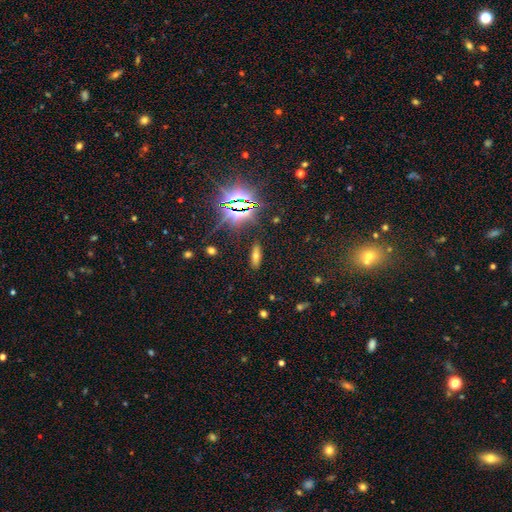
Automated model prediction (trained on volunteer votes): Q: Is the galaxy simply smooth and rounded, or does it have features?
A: smooth — 48%.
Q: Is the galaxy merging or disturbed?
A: none — 87%.